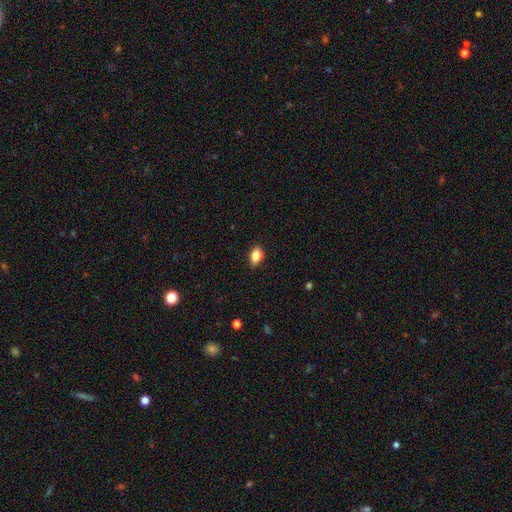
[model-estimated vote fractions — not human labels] A smooth galaxy with no disk features (84%) that is in between round and cigar-shaped (86%).

Vote fractions:
- Smooth or featured? smooth: 84% / star or artifact: 8% / featured or disk: 8%
- How rounded? in between: 86% / round: 11% / cigar-shaped: 3%
- Merging? none: 86% / minor disturbance: 11% / major disturbance: 2% / merger: 1%